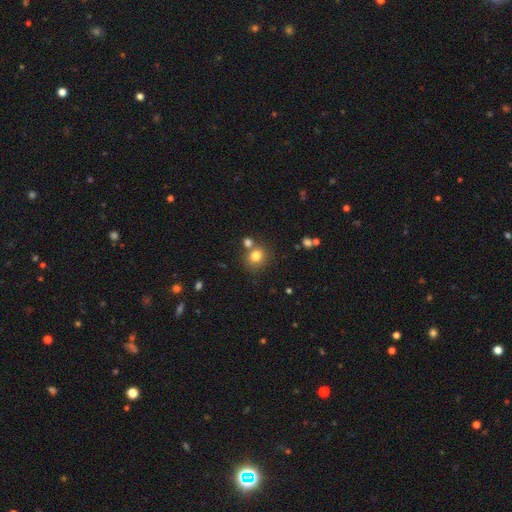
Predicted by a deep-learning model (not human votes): smooth 80%, star or artifact 12%, featured or disk 8%. Down the decision tree: how rounded — round (78%); merging — none (65%).